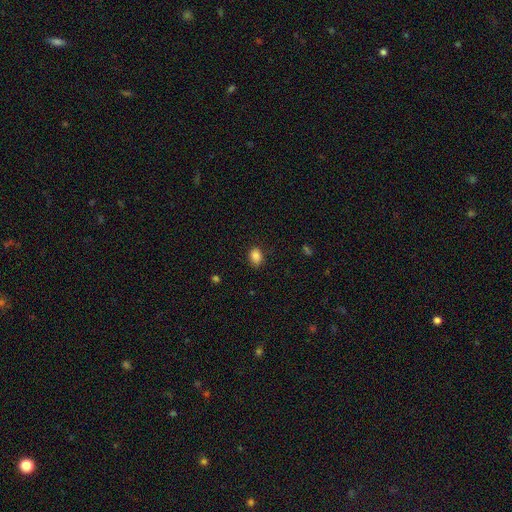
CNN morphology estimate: A smooth galaxy with no disk features (87%) that is in between round and cigar-shaped (66%). Merging: none (83%).